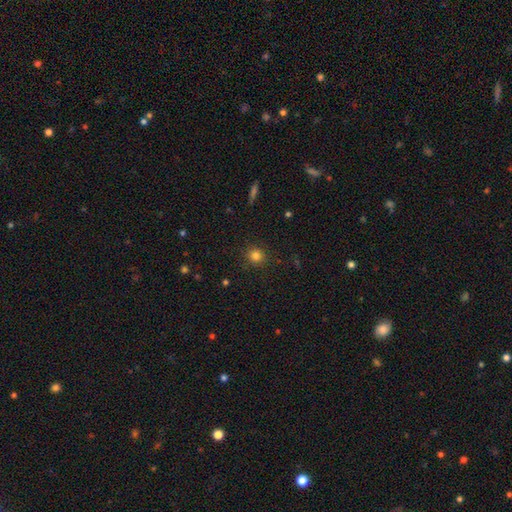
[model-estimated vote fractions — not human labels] Smooth or featured? smooth (81%)
How rounded? round (90%)
Merging? none (90%)